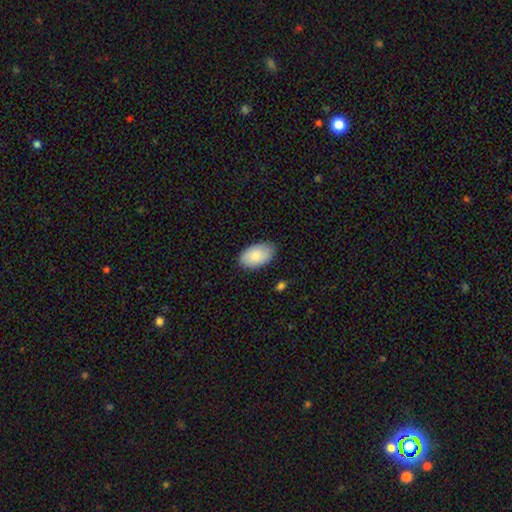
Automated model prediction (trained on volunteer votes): The model was most divided on "merging": none: 84%, minor disturbance: 13%, major disturbance: 2%, merger: 1%. More confident: how rounded — in between (95%); smooth or featured — smooth (84%).